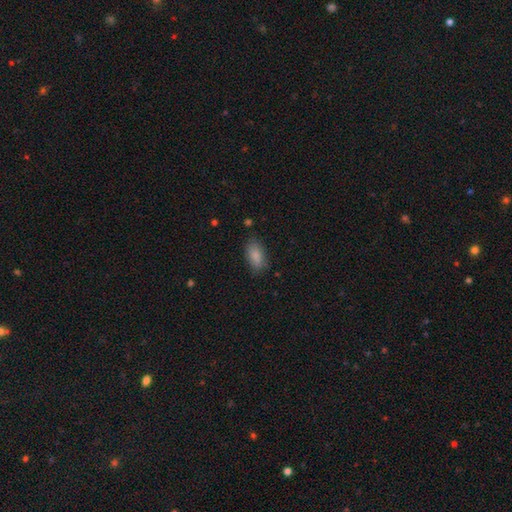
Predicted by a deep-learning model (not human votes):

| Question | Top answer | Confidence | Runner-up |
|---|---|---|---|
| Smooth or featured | smooth | 86% | star or artifact (7%) |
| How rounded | in between | 91% | cigar-shaped (6%) |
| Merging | none | 76% | minor disturbance (18%) |